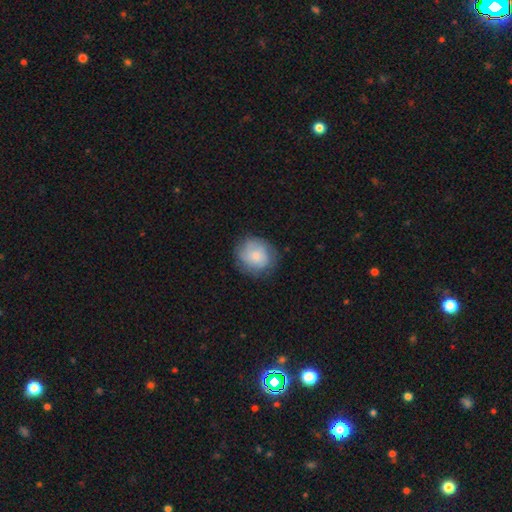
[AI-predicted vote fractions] smooth_or_featured: smooth (p=0.67) [alt: featured or disk p=0.25]
how_rounded: round (p=0.77) [alt: in between p=0.22]
merging: none (p=0.74) [alt: minor disturbance p=0.19]